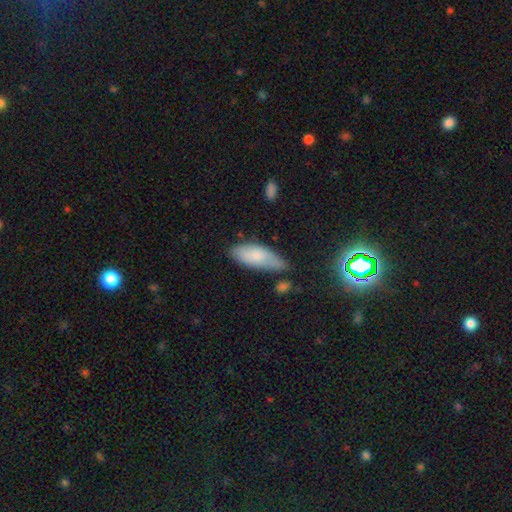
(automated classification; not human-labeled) smooth 75%, featured or disk 18%, star or artifact 7%. Down the decision tree: how rounded — in between (79%); merging — none (58%).